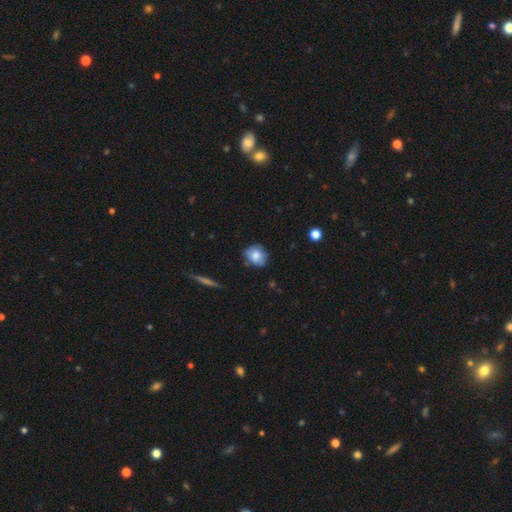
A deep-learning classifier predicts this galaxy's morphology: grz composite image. It shows a smooth galaxy with no disk features (75%) that is round (70%). Merging: none (69%).